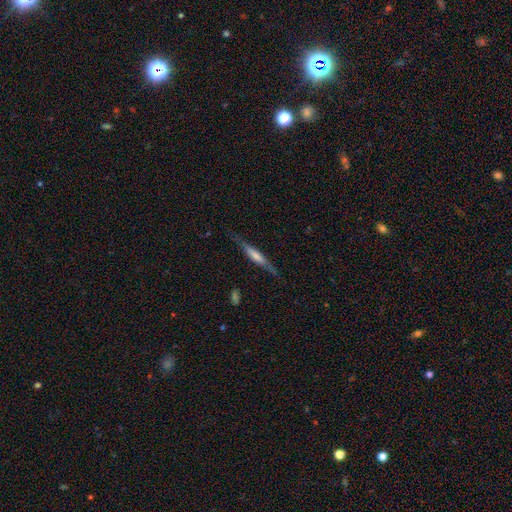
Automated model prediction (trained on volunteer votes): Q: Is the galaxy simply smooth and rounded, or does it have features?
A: featured or disk — 55%.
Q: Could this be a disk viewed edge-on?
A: yes — 93%.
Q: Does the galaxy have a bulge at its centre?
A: rounded — 36%, tied with boxy.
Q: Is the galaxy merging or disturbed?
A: none — 77%.